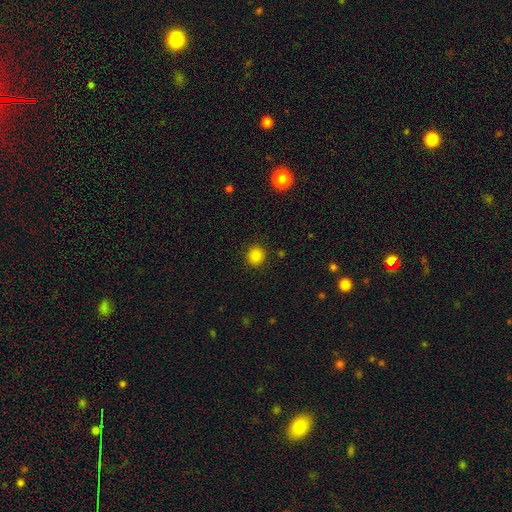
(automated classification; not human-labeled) smooth-or-featured: smooth: 83% | star or artifact: 12% | featured or disk: 5%
  how-rounded: round: 88% | in between: 11% | cigar-shaped: 1%
  merging: none: 91% | minor disturbance: 6% | major disturbance: 2% | merger: 1%